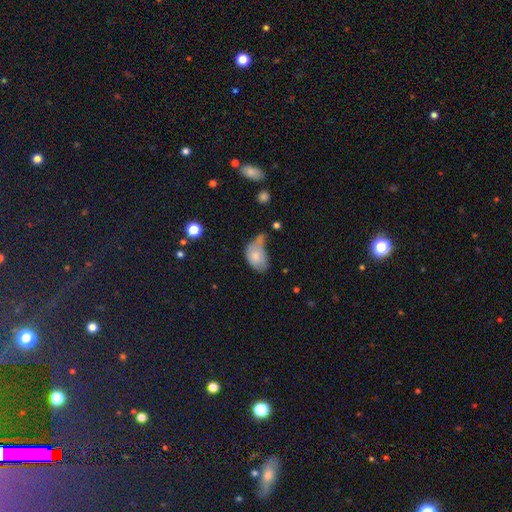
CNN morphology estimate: Overall: smooth (75%). How rounded: in between (86%). Merging: minor disturbance (31%; major disturbance 26%).